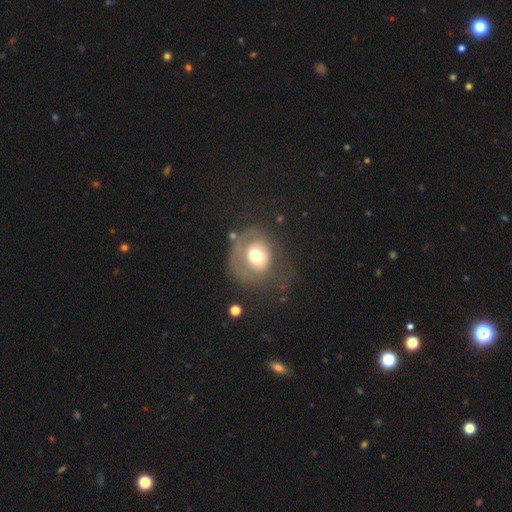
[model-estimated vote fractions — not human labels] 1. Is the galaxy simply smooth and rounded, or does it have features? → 55% smooth, 36% featured or disk, 9% star or artifact.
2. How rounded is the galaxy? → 68% round, 31% in between, 1% cigar-shaped.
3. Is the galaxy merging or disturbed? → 40% none, 33% major disturbance, 23% minor disturbance, 4% merger.